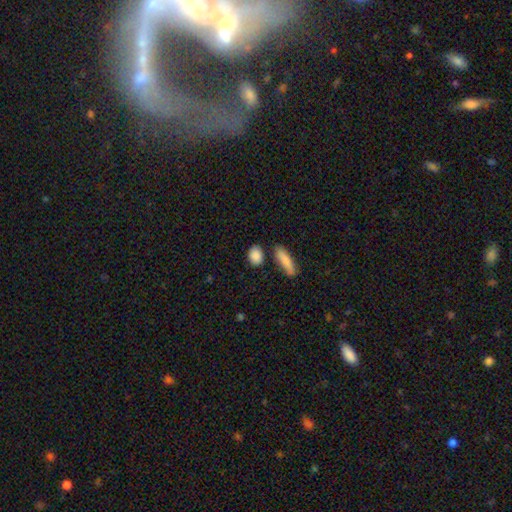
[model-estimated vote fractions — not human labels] Smooth or featured? Predicted: smooth (p=0.87). How rounded? Predicted: in between (p=0.53). Merging? Predicted: none (p=0.76).